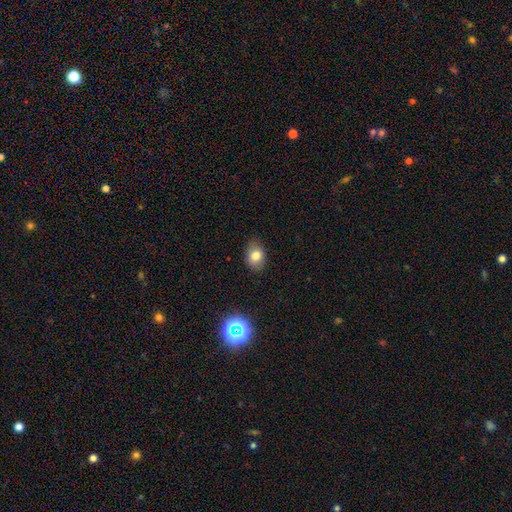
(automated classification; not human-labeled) Q: Smooth or featured?
A: smooth (78%); runner-up: star or artifact (12%)
Q: How rounded?
A: in between (71%); runner-up: round (27%)
Q: Merging?
A: none (82%); runner-up: minor disturbance (14%)